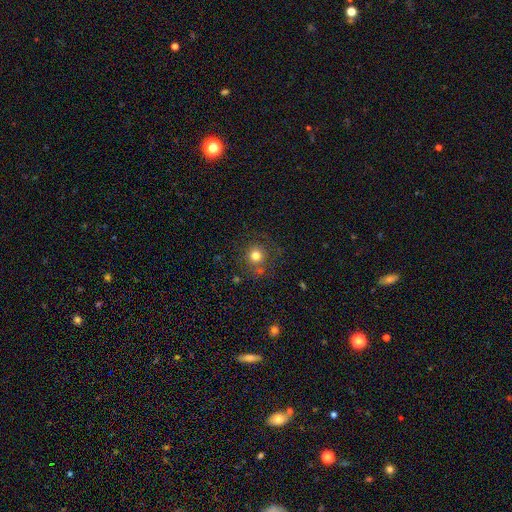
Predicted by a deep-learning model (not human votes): Smooth or featured? Predicted: smooth (p=0.76). How rounded? Predicted: round (p=0.92). Merging? Predicted: none (p=0.79).